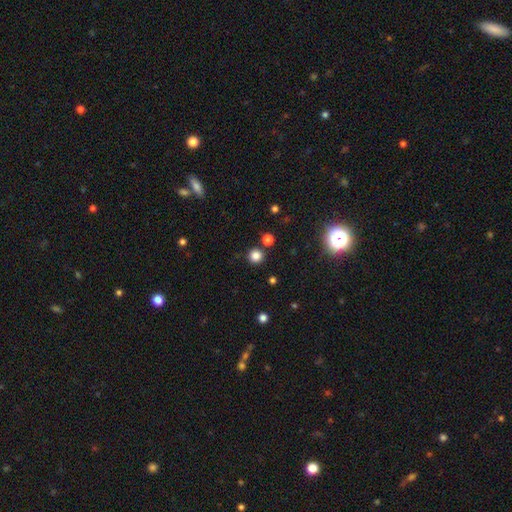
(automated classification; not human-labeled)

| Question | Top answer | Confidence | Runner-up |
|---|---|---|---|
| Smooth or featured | smooth | 81% | star or artifact (15%) |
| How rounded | round | 94% | in between (5%) |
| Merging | none | 85% | merger (6%) |